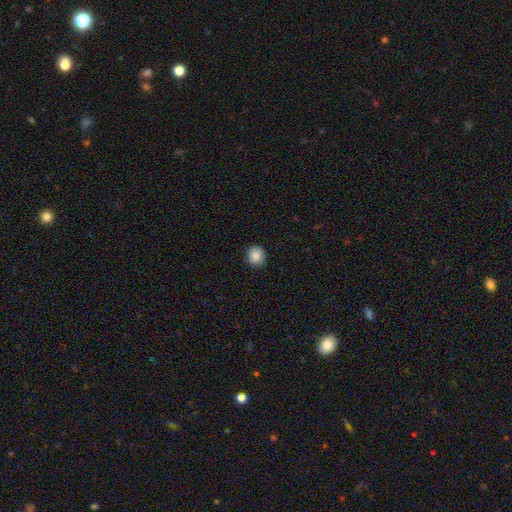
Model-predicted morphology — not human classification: Smooth or featured: smooth — 87% (star or artifact — 9%)
How rounded: round — 85% (in between — 14%)
Merging: none — 89% (minor disturbance — 8%)